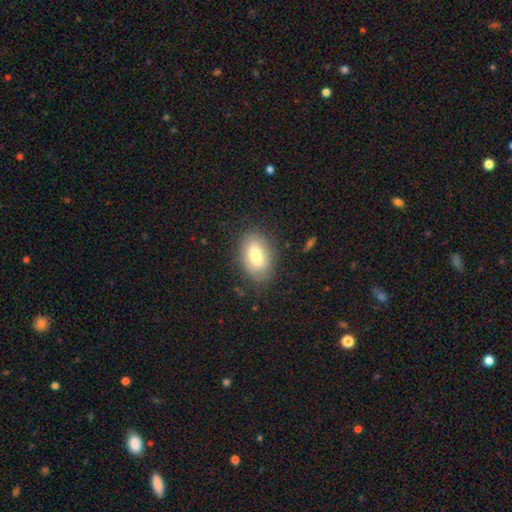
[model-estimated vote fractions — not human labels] Morphology: type=smooth (69%); roundness=in between (91%); merging=none (80%).